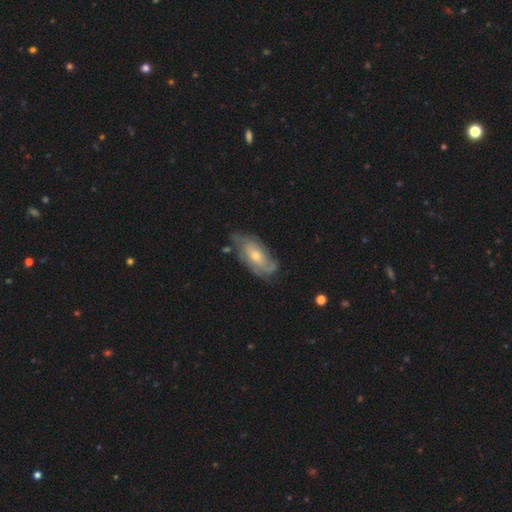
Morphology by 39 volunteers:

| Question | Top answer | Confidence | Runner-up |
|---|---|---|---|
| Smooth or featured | featured or disk | 67% | smooth (23%) |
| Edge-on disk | no | 81% | yes (19%) |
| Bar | no | 67% | weak (29%) |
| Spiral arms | yes | 90% | no (10%) |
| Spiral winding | medium | 63% | tight (37%) |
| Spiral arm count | can't tell | 42% | 2 (16%) |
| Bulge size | moderate | 48% | tied: small (48%) |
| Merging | none | 49% | minor disturbance (23%) |